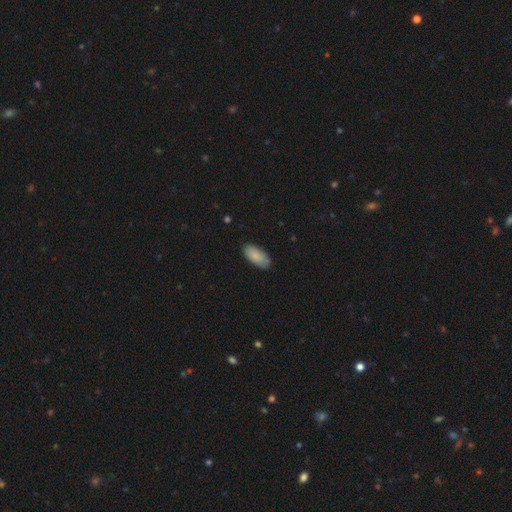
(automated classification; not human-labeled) Overall: smooth (87%). How rounded: in between (92%). Merging: none (81%).